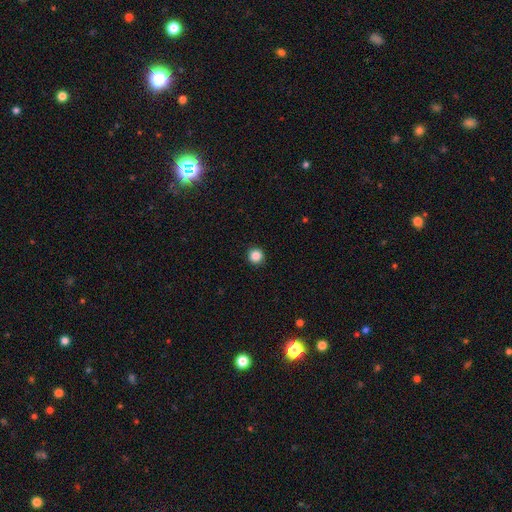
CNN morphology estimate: Overall: smooth (86%). How rounded: round (96%). Merging: none (93%).